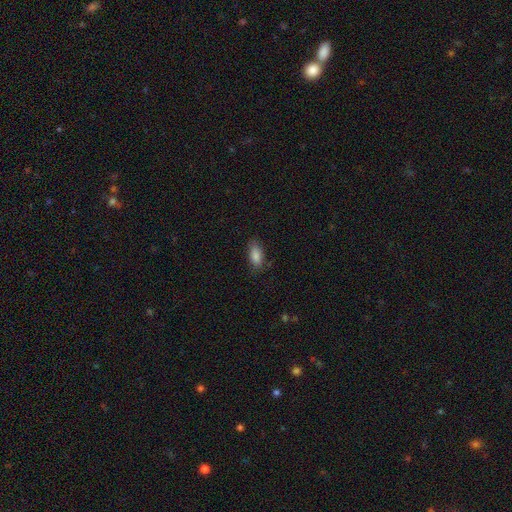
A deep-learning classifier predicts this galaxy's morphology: Smooth or featured: smooth — 85% (star or artifact — 8%)
How rounded: in between — 86% (cigar-shaped — 11%)
Merging: none — 76% (minor disturbance — 19%)